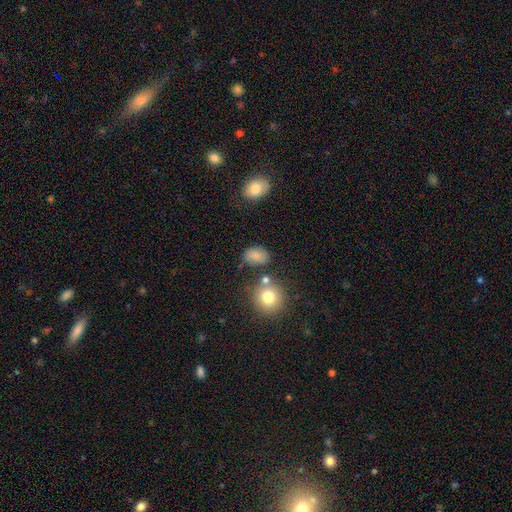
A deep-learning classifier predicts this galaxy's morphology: A smooth galaxy with no disk features (81%) that is in between round and cigar-shaped (71%). Merging: none (68%).